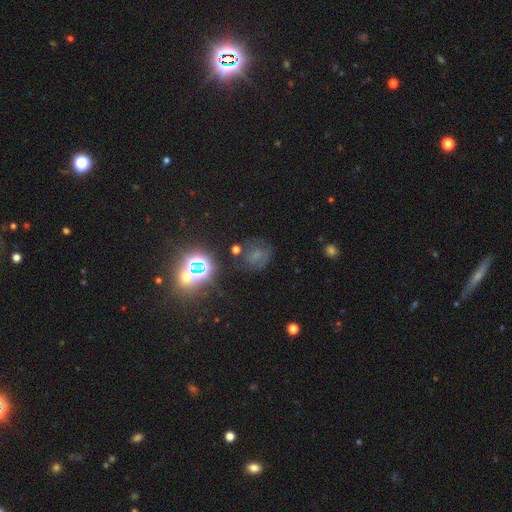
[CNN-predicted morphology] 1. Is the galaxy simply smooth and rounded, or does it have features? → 39% star or artifact, 33% smooth, 27% featured or disk.